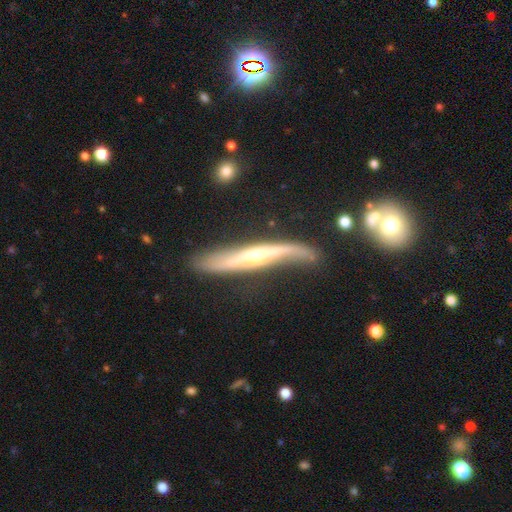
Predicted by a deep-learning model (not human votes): A featured or disk galaxy (76%) viewed edge-on (70%) with a rounded central bulge (77%). Merging: none (56%).